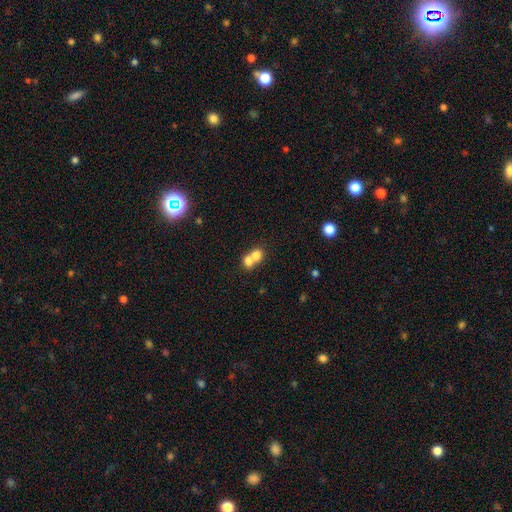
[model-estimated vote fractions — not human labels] smooth-or-featured: smooth: 74% | featured or disk: 16% | star or artifact: 10%
  how-rounded: round: 69% | in between: 30% | cigar-shaped: 1%
  merging: merger: 70% | none: 24% | minor disturbance: 4% | major disturbance: 2%